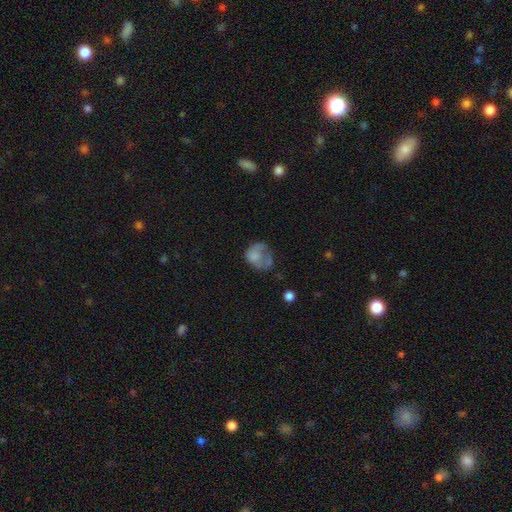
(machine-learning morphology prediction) smooth 63%, featured or disk 28%, star or artifact 10%. Down the decision tree: how rounded — round (56%); merging — major disturbance (38%).